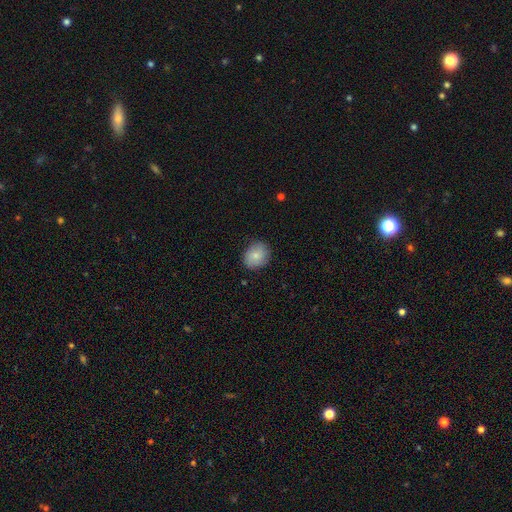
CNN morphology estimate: smooth-or-featured: smooth: 81% | featured or disk: 12% | star or artifact: 7%
  how-rounded: round: 62% | in between: 37% | cigar-shaped: 1%
  merging: none: 83% | minor disturbance: 13% | major disturbance: 3% | merger: 1%